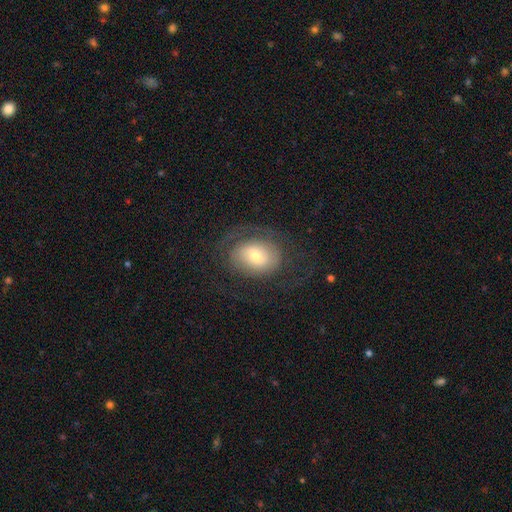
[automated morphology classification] Q: Smooth or featured?
A: featured or disk (58%); runner-up: smooth (34%)
Q: Edge-on disk?
A: no (96%); runner-up: yes (4%)
Q: Bar?
A: no (53%); runner-up: weak (36%)
Q: Spiral arms?
A: yes (76%); runner-up: no (24%)
Q: Bulge size?
A: moderate (50%); runner-up: small (37%)
Q: Merging?
A: none (63%); runner-up: major disturbance (21%)